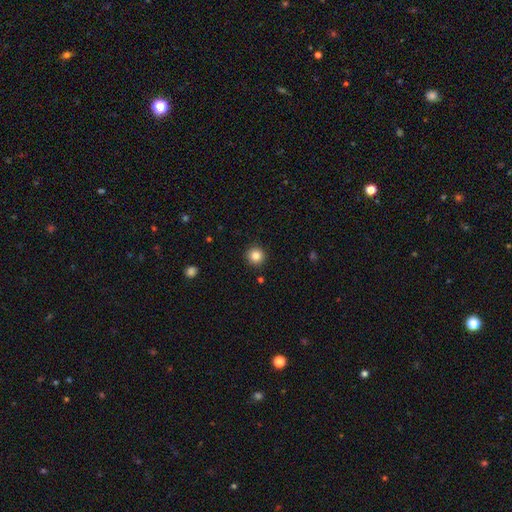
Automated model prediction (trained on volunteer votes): A smooth galaxy with no disk features (84%) that is round (95%). Merging: none (92%).